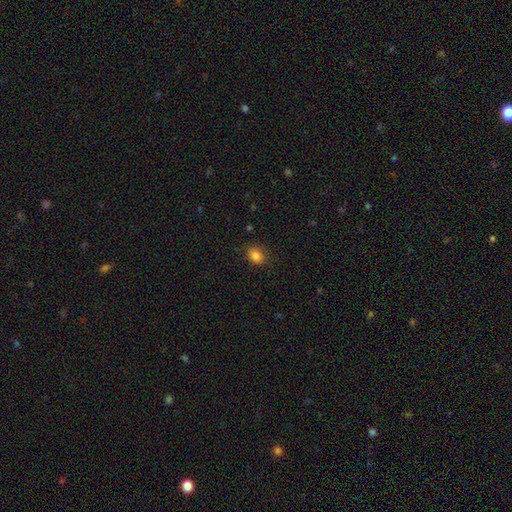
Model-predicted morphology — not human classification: smooth_or_featured: smooth (p=0.85) [alt: star or artifact p=0.11]
how_rounded: in between (p=0.62) [alt: round p=0.37]
merging: none (p=0.82) [alt: minor disturbance p=0.13]